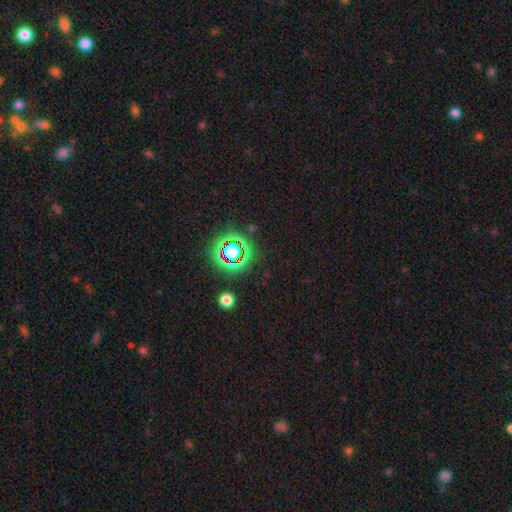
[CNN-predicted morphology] A star or artifact, not a galaxy (79%).

Vote fractions:
- Smooth or featured? star or artifact: 79% / smooth: 14% / featured or disk: 7%